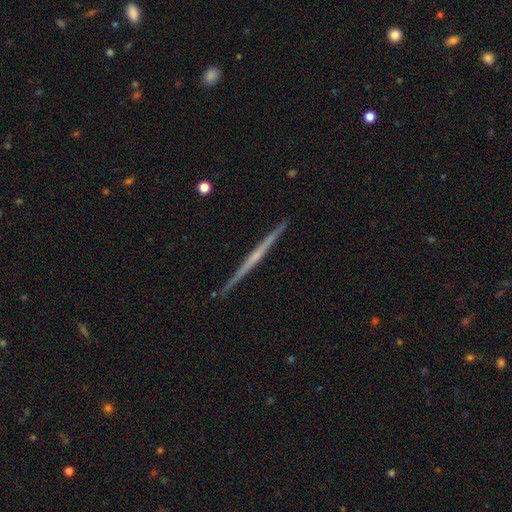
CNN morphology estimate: A featured or disk galaxy (72%) viewed edge-on (98%) with no central bulge (71%). Merging: none (91%).